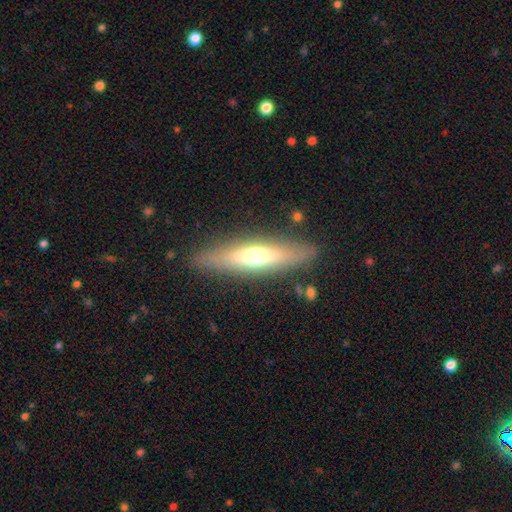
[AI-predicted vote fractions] Q: Smooth or featured?
A: smooth (47%); runner-up: featured or disk (46%)
Q: Merging?
A: none (85%); runner-up: minor disturbance (10%)